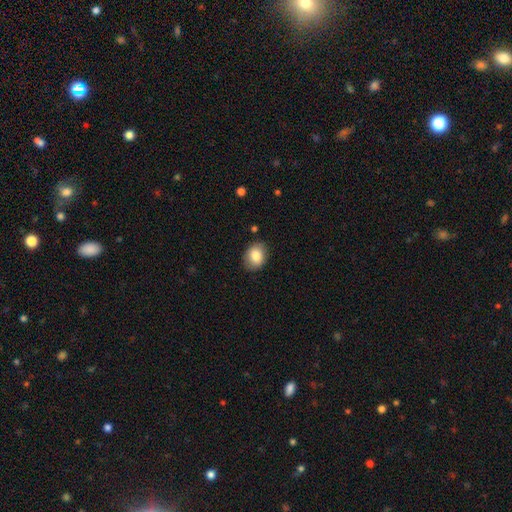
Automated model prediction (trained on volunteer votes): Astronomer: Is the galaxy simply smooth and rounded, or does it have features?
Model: smooth — 83%.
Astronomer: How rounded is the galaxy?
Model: in between — 57% (runner-up: round, 42%).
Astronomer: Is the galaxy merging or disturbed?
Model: none — 85%.